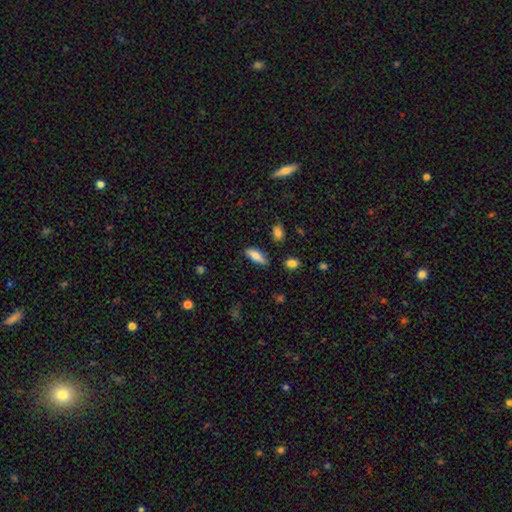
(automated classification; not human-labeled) Morphology: type=smooth (81%); roundness=in between (63%); merging=none (80%).